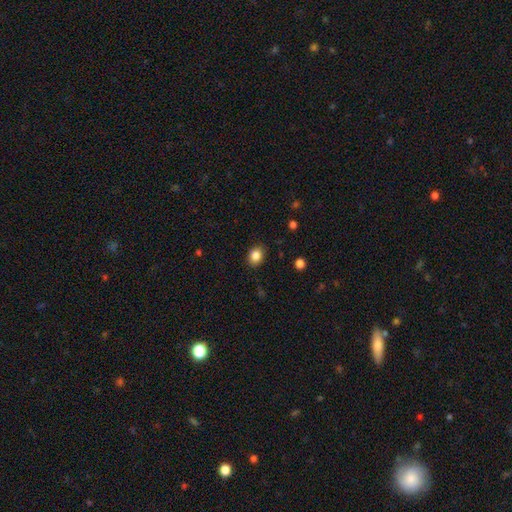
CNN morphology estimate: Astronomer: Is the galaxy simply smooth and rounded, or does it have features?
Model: smooth — 85%.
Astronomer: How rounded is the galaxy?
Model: round — 50% (runner-up: in between, 49%).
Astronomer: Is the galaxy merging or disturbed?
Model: none — 87%.